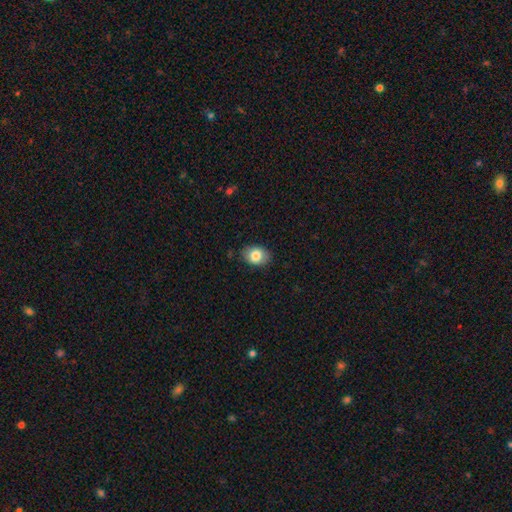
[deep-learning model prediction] Smooth or featured: smooth — 82% (featured or disk — 10%)
How rounded: in between — 72% (round — 27%)
Merging: none — 83% (minor disturbance — 13%)